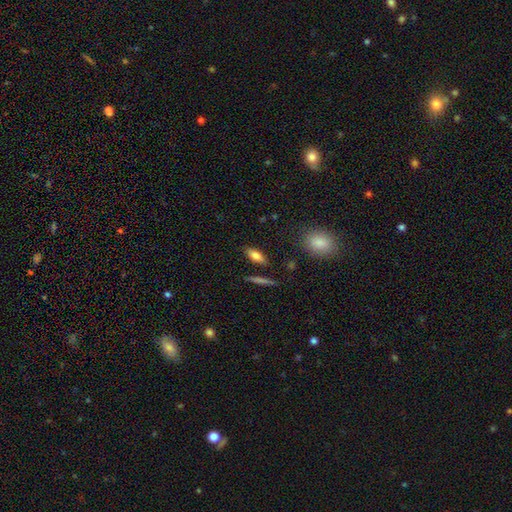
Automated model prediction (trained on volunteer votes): Smooth or featured: smooth — 79% (featured or disk — 13%)
How rounded: in between — 77% (cigar-shaped — 19%)
Merging: none — 82% (minor disturbance — 11%)